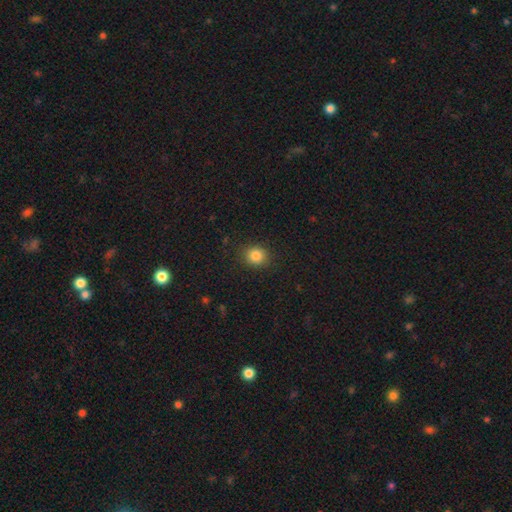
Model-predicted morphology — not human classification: Smooth or featured?
  - smooth: 84% *
  - star or artifact: 11%
  - featured or disk: 5%
How rounded?
  - round: 80% *
  - in between: 19%
  - cigar-shaped: 1%
Merging?
  - none: 88% *
  - minor disturbance: 8%
  - major disturbance: 3%
  - merger: 1%